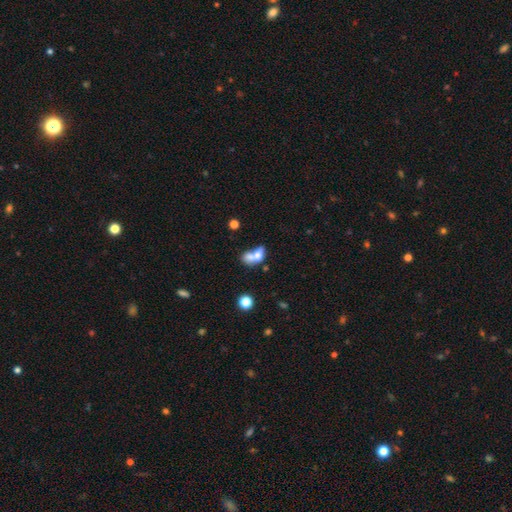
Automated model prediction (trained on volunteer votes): This appears to be a smooth galaxy with no disk features (64%) that is in between round and cigar-shaped (71%). Merging: merger (64%).